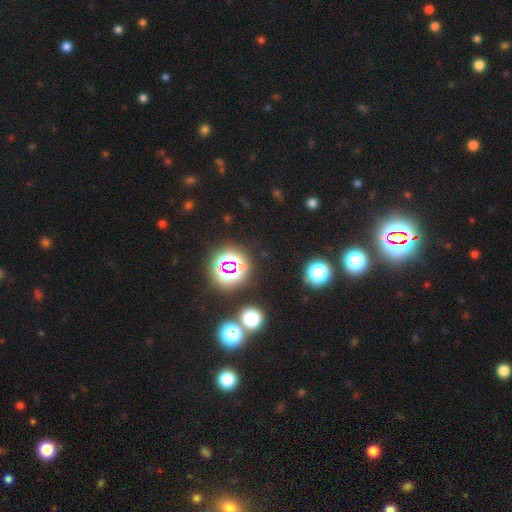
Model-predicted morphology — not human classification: Smooth or featured? star or artifact (75%)